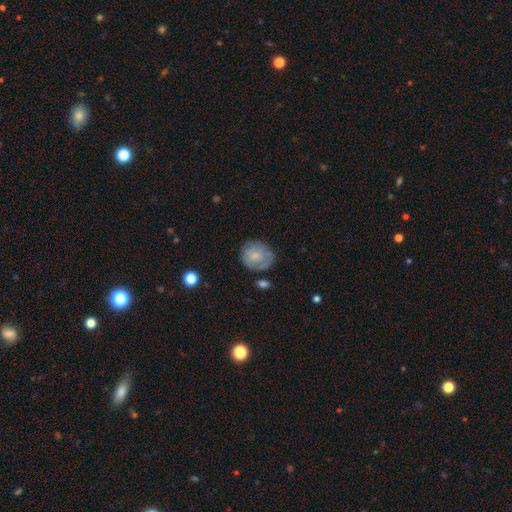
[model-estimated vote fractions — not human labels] smooth-or-featured: smooth: 61% | featured or disk: 31% | star or artifact: 8%
  how-rounded: round: 80% | in between: 19% | cigar-shaped: 1%
  merging: none: 67% | minor disturbance: 22% | major disturbance: 8% | merger: 4%